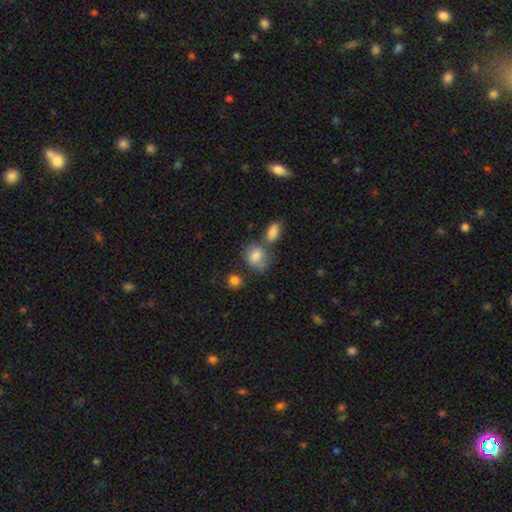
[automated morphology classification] Overall: smooth (79%). How rounded: in between (51%; round 48%). Merging: none (49%; merger 24%).